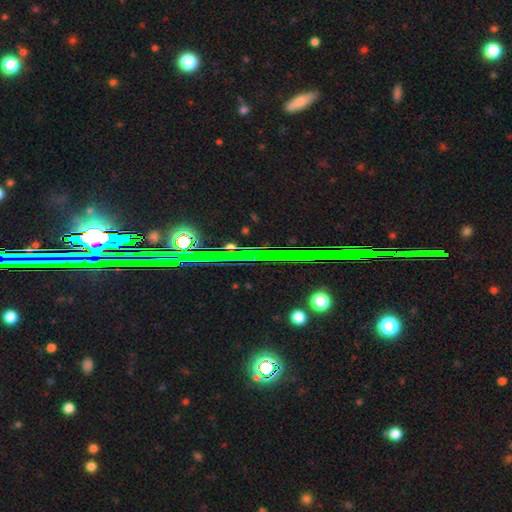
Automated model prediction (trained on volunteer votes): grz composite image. It shows a star or artifact, not a galaxy (73%).